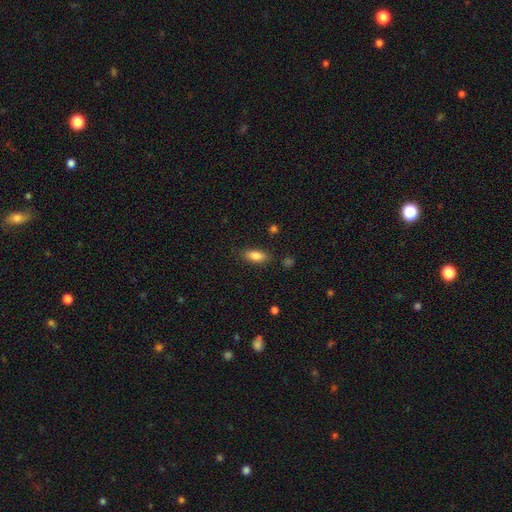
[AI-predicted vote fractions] Smooth or featured: smooth — 84% (featured or disk — 8%)
How rounded: in between — 82% (cigar-shaped — 14%)
Merging: none — 82% (minor disturbance — 13%)